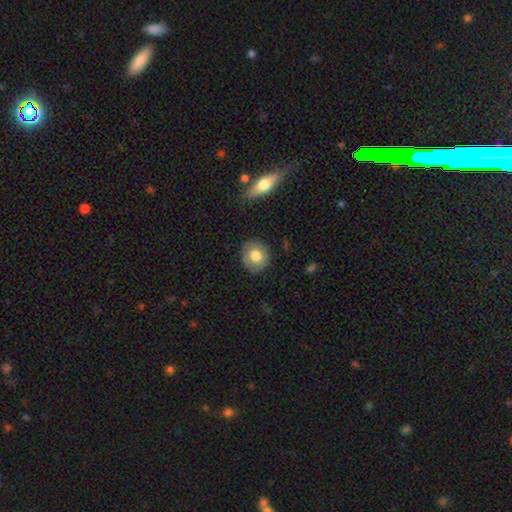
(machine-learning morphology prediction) Overall: smooth (74%). How rounded: round (81%). Merging: none (86%).